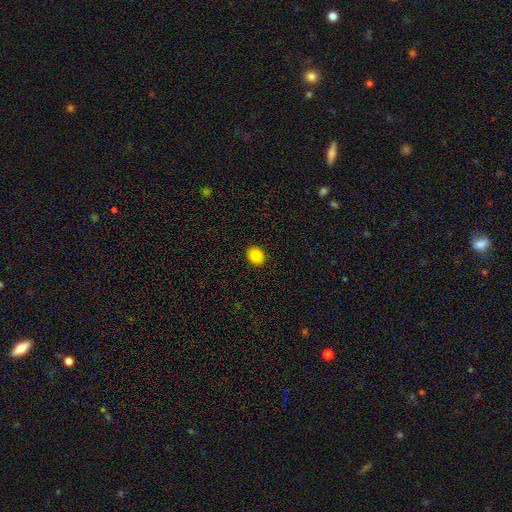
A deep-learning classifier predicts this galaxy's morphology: type=smooth (84%); roundness=round (53%); merging=none (91%).